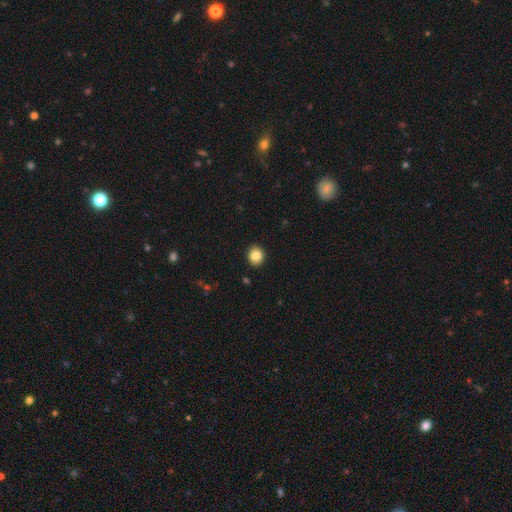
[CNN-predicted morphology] This appears to be a smooth galaxy with no disk features (84%) that is round (77%). Merging: none (92%).